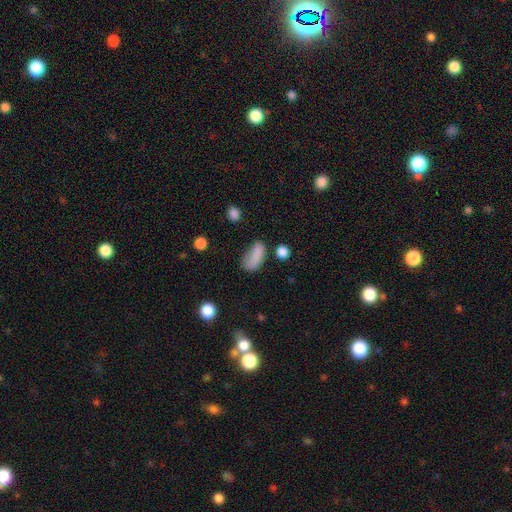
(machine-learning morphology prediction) Smooth or featured?
  - smooth: 82% *
  - star or artifact: 10%
  - featured or disk: 8%
How rounded?
  - in between: 84% *
  - cigar-shaped: 10%
  - round: 6%
Merging?
  - none: 48% *
  - minor disturbance: 30%
  - major disturbance: 17%
  - merger: 6%